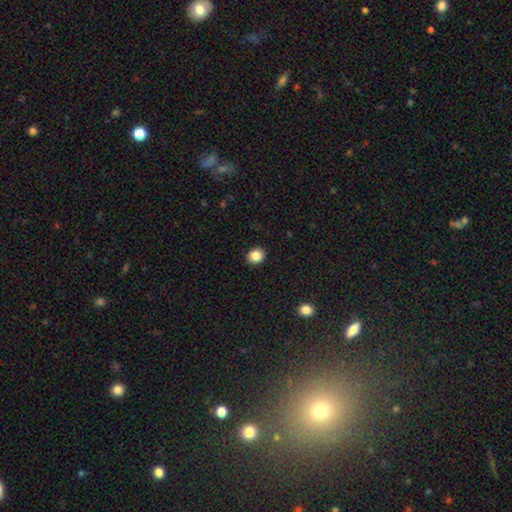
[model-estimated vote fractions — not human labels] Q: Smooth or featured?
A: smooth (85%); runner-up: star or artifact (10%)
Q: How rounded?
A: round (80%); runner-up: in between (19%)
Q: Merging?
A: none (92%); runner-up: minor disturbance (5%)